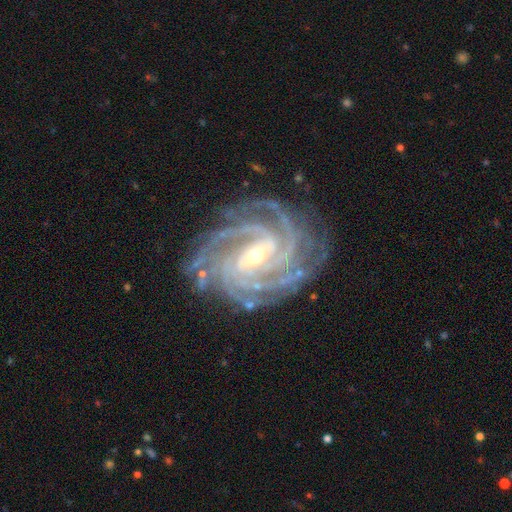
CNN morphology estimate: This is clearly a featured or disk galaxy (93%). It is clearly not viewed edge-on (98%). Bar: marginally weak (42%). Spiral arm pattern: clearly yes (99%). Spiral arm count: marginally 4 (35%). Spiral winding: likely tight (76%). Central bulge: likely small (63%). Merging: clearly none (81%).